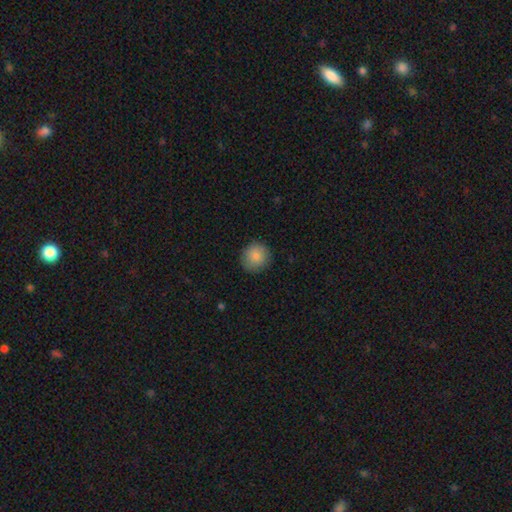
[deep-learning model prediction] This is clearly a smooth galaxy (87%). How rounded: clearly round (91%). Merging: clearly none (88%).